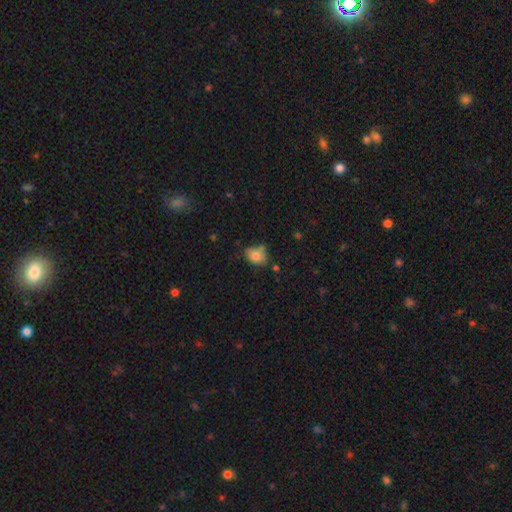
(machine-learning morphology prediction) A smooth galaxy with no disk features (80%) that is in between round and cigar-shaped (74%).

Vote fractions:
- Smooth or featured? smooth: 80% / featured or disk: 11% / star or artifact: 10%
- How rounded? in between: 74% / round: 25% / cigar-shaped: 1%
- Merging? none: 53% / minor disturbance: 26% / merger: 13% / major disturbance: 7%